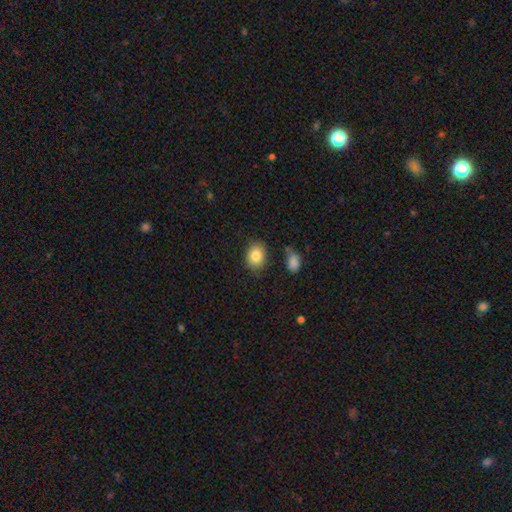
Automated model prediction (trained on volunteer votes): This is clearly a smooth galaxy (84%). How rounded: possibly in between (56%). Merging: likely none (76%).